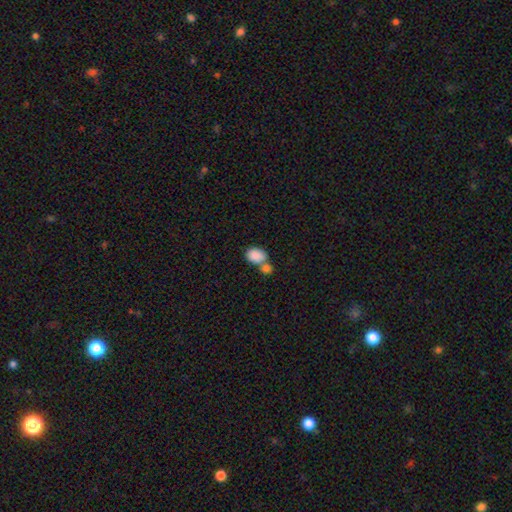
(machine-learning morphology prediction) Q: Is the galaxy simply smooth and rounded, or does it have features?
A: smooth — 86%.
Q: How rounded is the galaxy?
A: in between — 69%.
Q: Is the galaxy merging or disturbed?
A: merger — 49%.